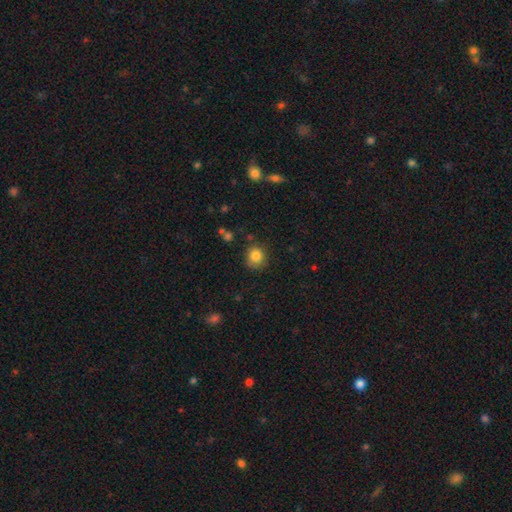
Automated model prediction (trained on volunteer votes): Smooth or featured? smooth (84%)
How rounded? round (82%)
Merging? none (78%)